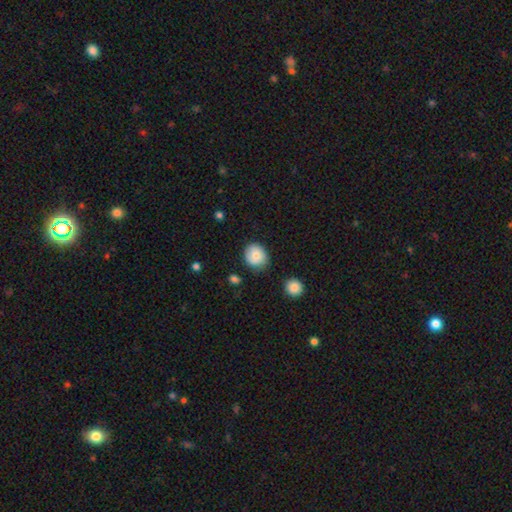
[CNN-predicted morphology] Q: Smooth or featured?
A: smooth (78%); runner-up: featured or disk (14%)
Q: How rounded?
A: round (77%); runner-up: in between (22%)
Q: Merging?
A: none (74%); runner-up: minor disturbance (19%)